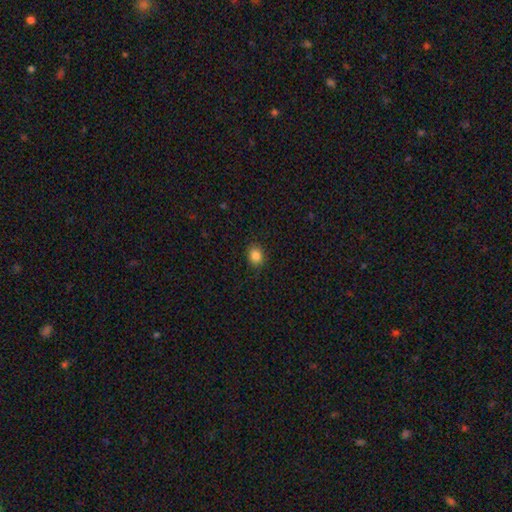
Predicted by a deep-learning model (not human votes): Overall: smooth (86%). How rounded: round (55%; in between 44%). Merging: none (89%).